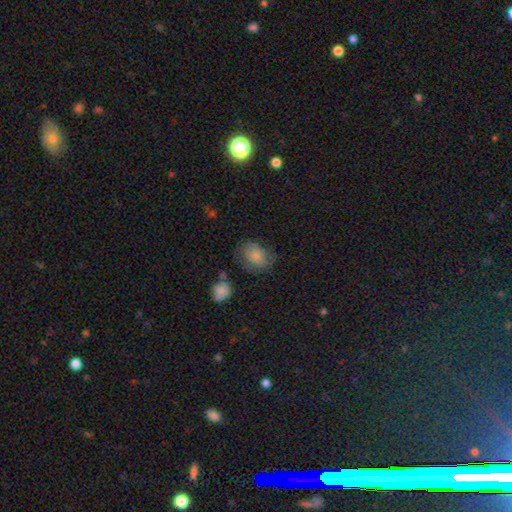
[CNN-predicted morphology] A smooth galaxy with no disk features (75%) that is in between round and cigar-shaped (60%). Merging: none (52%).